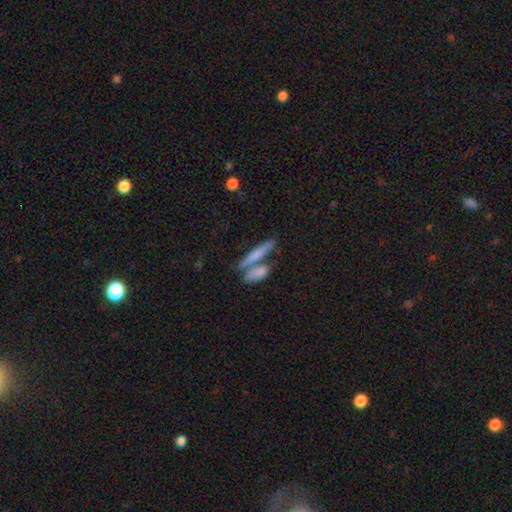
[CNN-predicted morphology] Smooth or featured?
  - smooth: 67% *
  - featured or disk: 25%
  - star or artifact: 8%
How rounded?
  - cigar-shaped: 76% *
  - in between: 20%
  - round: 4%
Merging?
  - none: 54% *
  - merger: 33%
  - minor disturbance: 10%
  - major disturbance: 4%